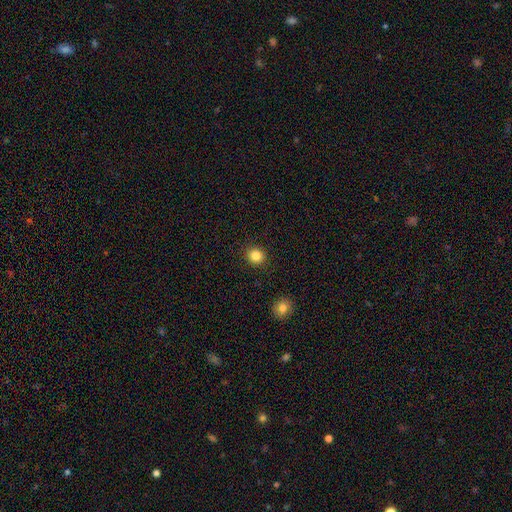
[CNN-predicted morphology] Q: Smooth or featured?
A: smooth (84%); runner-up: star or artifact (11%)
Q: How rounded?
A: round (87%); runner-up: in between (12%)
Q: Merging?
A: none (91%); runner-up: minor disturbance (6%)